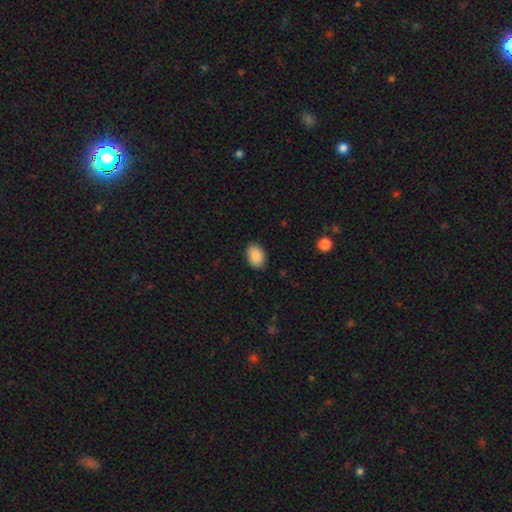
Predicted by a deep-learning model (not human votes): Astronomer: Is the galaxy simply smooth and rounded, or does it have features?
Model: smooth — 89%.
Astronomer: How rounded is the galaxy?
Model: in between — 80%.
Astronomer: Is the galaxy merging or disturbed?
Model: none — 86%.